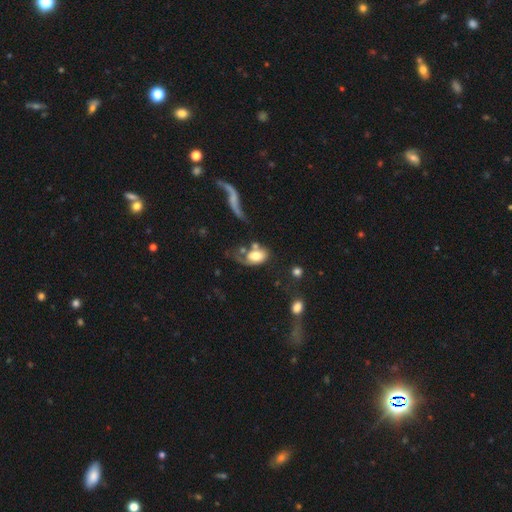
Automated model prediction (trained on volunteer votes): Smooth or featured: smooth — 65% (featured or disk — 28%)
How rounded: in between — 86% (round — 12%)
Merging: merger — 29% (major disturbance — 28%)